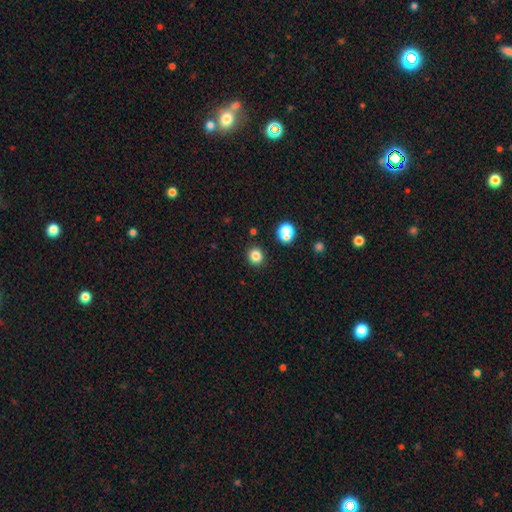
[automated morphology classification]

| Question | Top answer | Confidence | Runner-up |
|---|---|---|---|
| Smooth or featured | smooth | 83% | star or artifact (13%) |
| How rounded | round | 85% | in between (14%) |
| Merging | none | 90% | minor disturbance (6%) |